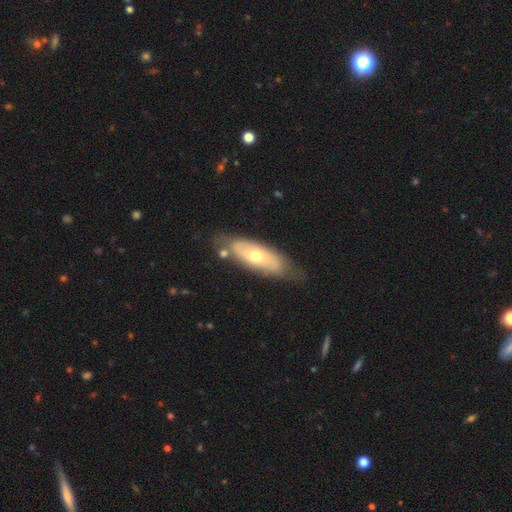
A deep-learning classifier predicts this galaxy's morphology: smooth-or-featured: featured or disk: 52% | smooth: 42% | star or artifact: 6%
  disk-edge-on: no: 76% | yes: 24%
  merging: none: 68% | minor disturbance: 21% | major disturbance: 6% | merger: 5%